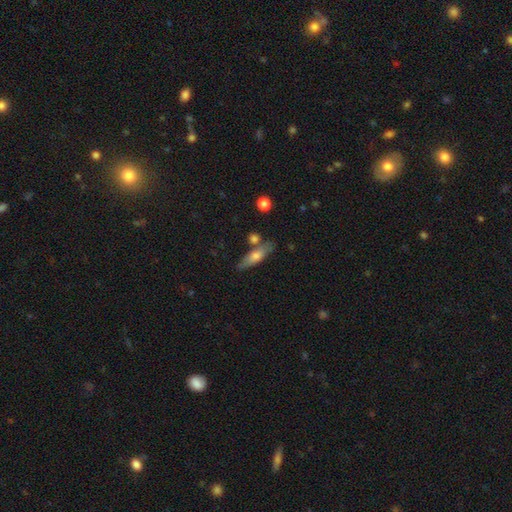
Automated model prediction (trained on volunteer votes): This appears to be a smooth galaxy with no disk features (59%) that is cigar-shaped (63%). Merging: none (72%).